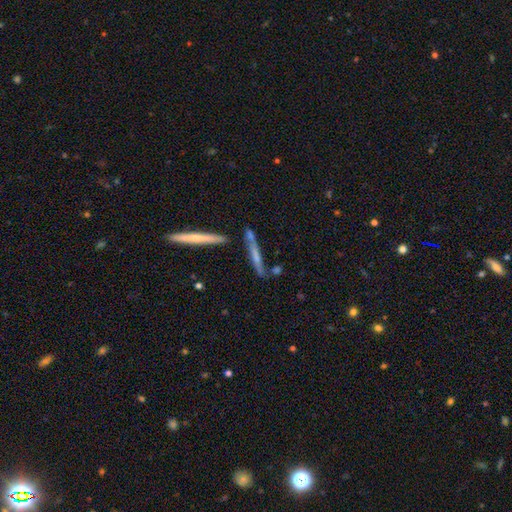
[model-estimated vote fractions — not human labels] Q: Smooth or featured?
A: featured or disk (50%); runner-up: smooth (42%)
Q: Merging?
A: none (67%); runner-up: minor disturbance (15%)